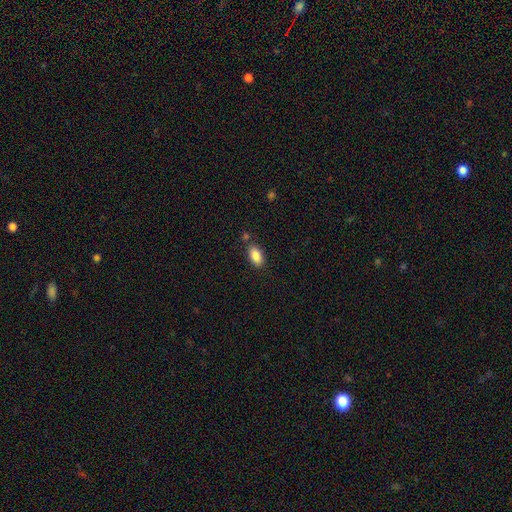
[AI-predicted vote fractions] A smooth galaxy with no disk features (87%) that is in between round and cigar-shaped (92%). Merging: none (79%).